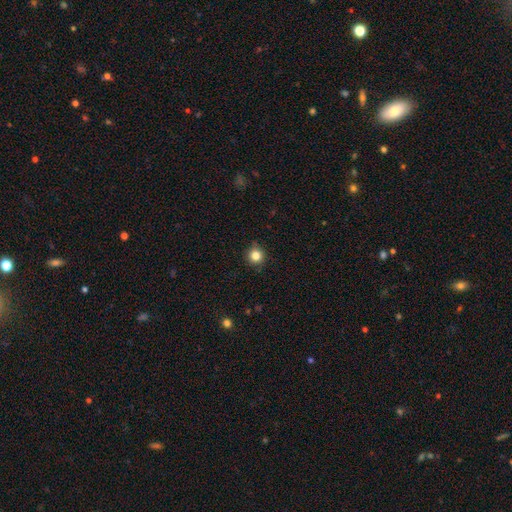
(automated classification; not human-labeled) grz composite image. It shows a smooth galaxy with no disk features (84%) that is round (94%). Merging: none (89%).